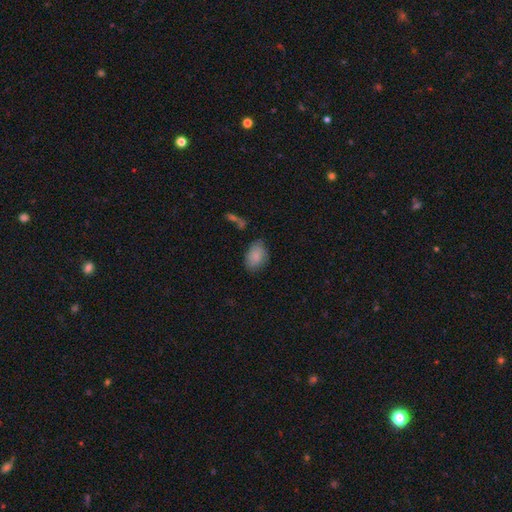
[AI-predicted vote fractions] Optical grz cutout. It shows a smooth galaxy with no disk features (86%) that is in between round and cigar-shaped (86%). Merging: none (71%).